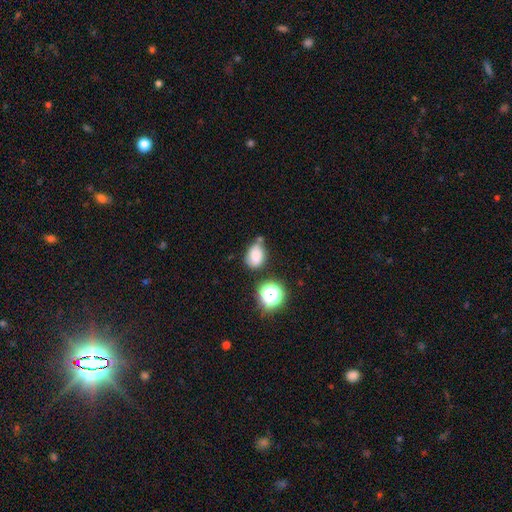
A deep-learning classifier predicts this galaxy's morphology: smooth_or_featured: smooth (p=0.75) [alt: star or artifact p=0.14]
how_rounded: in between (p=0.67) [alt: round p=0.32]
merging: none (p=0.54) [alt: minor disturbance p=0.27]